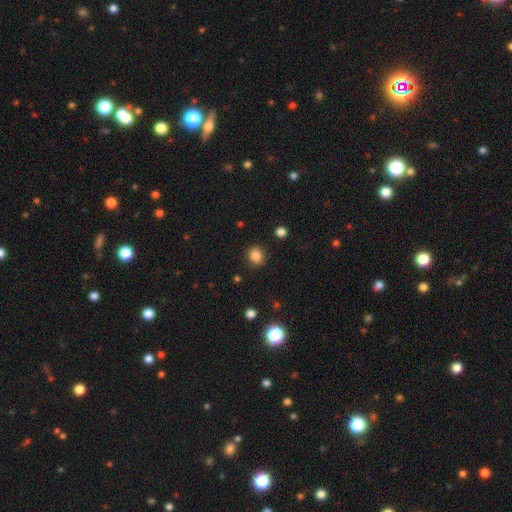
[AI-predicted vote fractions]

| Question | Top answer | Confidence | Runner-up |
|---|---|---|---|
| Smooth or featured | smooth | 84% | star or artifact (12%) |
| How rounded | round | 75% | in between (24%) |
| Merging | none | 89% | minor disturbance (7%) |